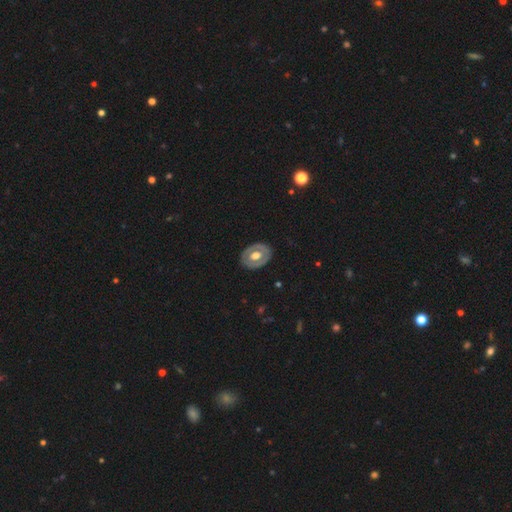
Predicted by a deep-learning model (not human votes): featured or disk 56%, smooth 39%, star or artifact 5%. Down the decision tree: edge-on disk — no (92%); bar — no (77%); spiral arms — no (86%); bulge size — moderate (55%); merging — none (83%).